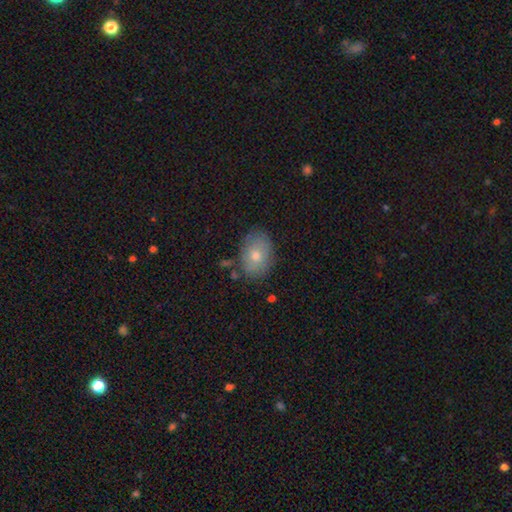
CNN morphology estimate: The model was most divided on "smooth or featured": smooth: 70%, featured or disk: 21%, star or artifact: 9%. More confident: merging — none (80%); how rounded — in between (78%).